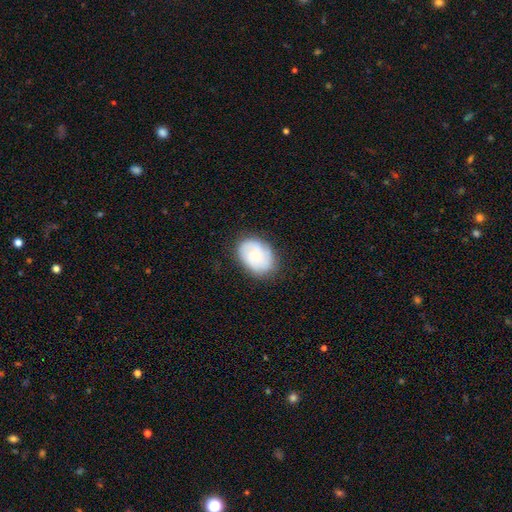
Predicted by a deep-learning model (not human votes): Morphology: type=smooth (51%); roundness=in between (73%); merging=none (75%).